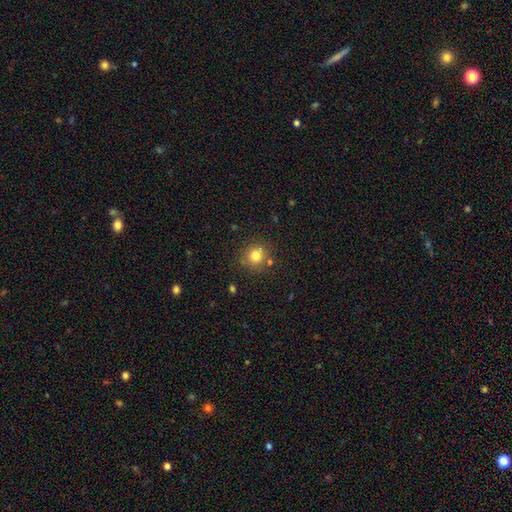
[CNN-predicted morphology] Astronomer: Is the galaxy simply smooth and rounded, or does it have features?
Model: smooth — 80%.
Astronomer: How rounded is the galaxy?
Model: round — 85%.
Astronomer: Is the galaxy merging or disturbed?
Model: none — 79%.